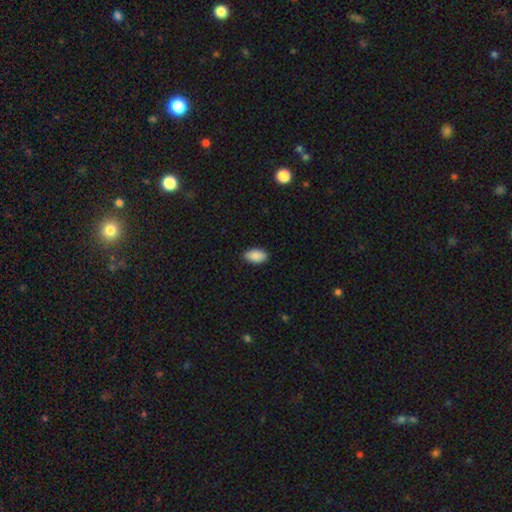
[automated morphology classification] This is clearly a smooth galaxy (90%). How rounded: clearly in between (95%). Merging: clearly none (88%).